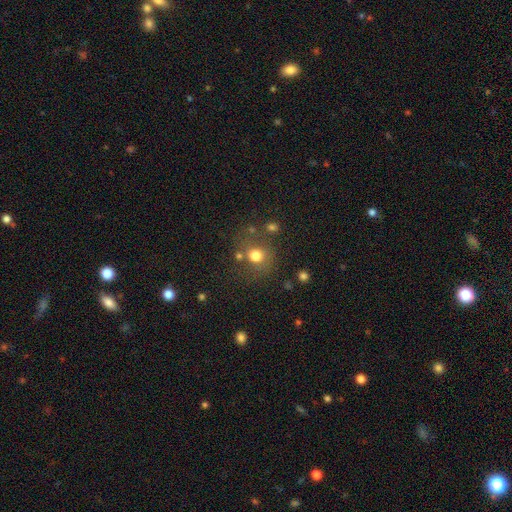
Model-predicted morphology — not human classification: This is likely a smooth galaxy (75%). How rounded: clearly round (80%). Merging: likely none (68%).